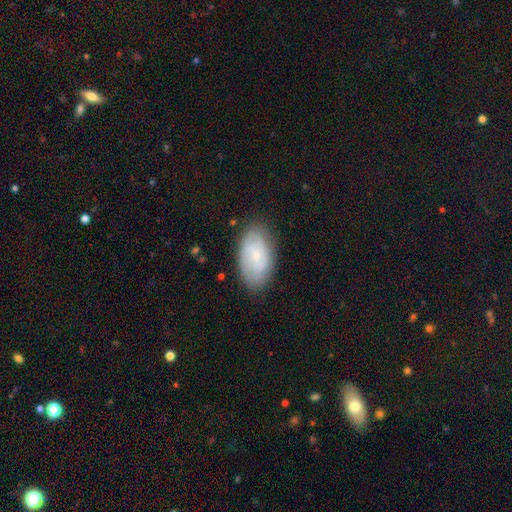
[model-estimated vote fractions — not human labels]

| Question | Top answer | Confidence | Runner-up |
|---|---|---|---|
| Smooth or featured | smooth | 50% | featured or disk (42%) |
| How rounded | in between | 93% | round (5%) |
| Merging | none | 80% | minor disturbance (15%) |